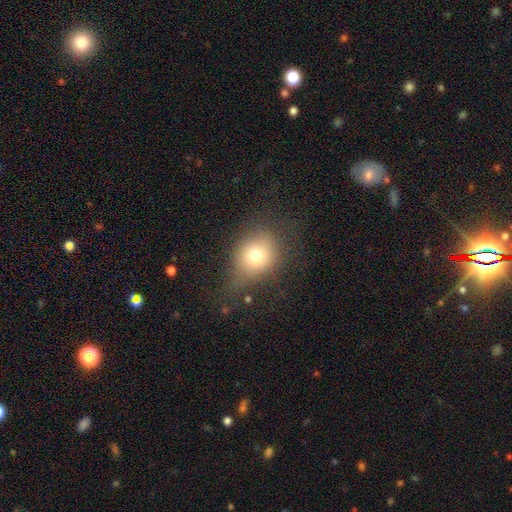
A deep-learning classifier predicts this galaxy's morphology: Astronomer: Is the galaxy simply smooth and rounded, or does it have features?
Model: smooth — 72%.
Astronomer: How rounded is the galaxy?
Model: round — 59% (runner-up: in between, 40%).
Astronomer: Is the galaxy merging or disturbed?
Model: none — 61%.